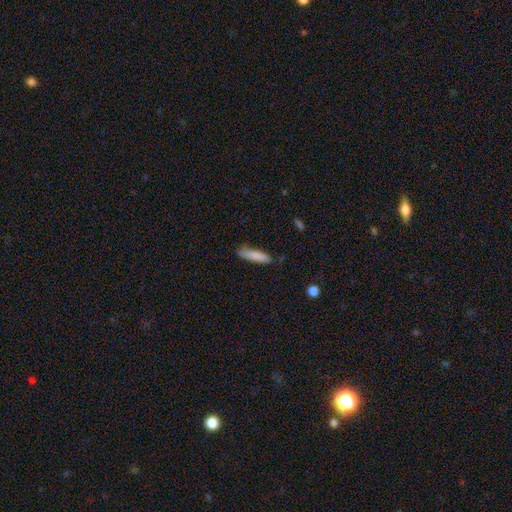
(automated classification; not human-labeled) Smooth or featured? Predicted: smooth (p=0.84). How rounded? Predicted: cigar-shaped (p=0.78). Merging? Predicted: none (p=0.75).